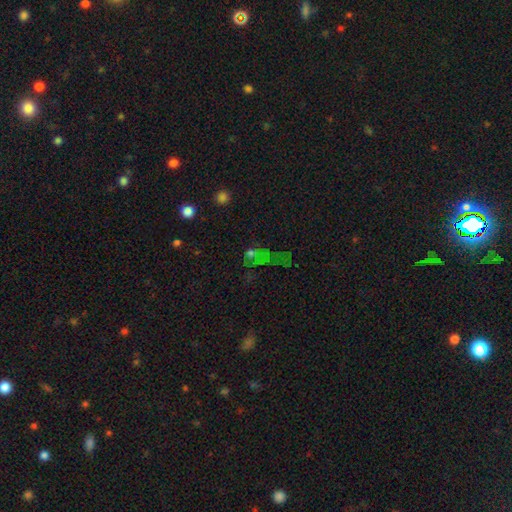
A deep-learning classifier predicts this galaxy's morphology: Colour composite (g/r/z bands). It shows a star or artifact, not a galaxy (46%).